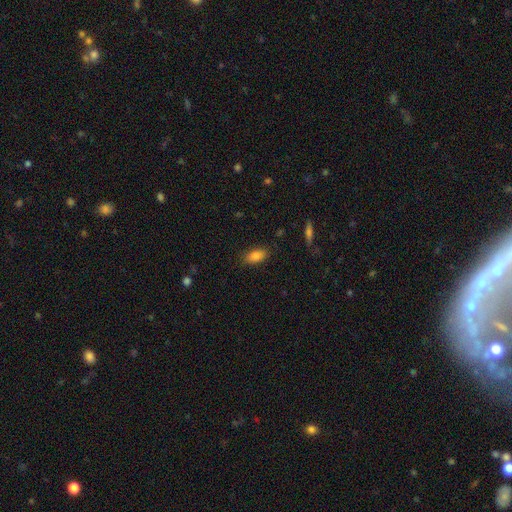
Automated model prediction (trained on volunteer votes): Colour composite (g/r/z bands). It shows a smooth galaxy with no disk features (84%) that is in between round and cigar-shaped (89%). Merging: none (84%).